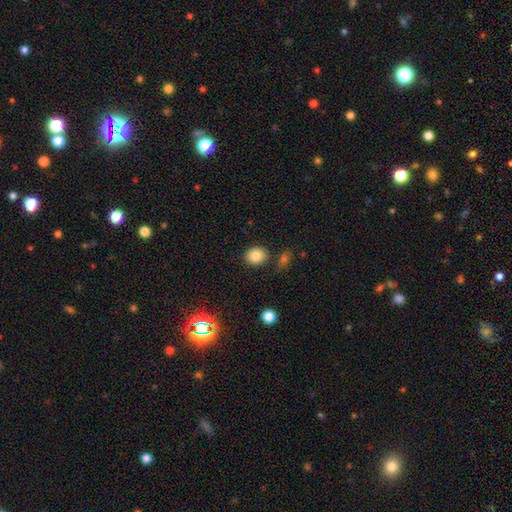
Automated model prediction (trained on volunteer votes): This is clearly a smooth galaxy (83%). How rounded: likely round (71%). Merging: clearly none (82%).